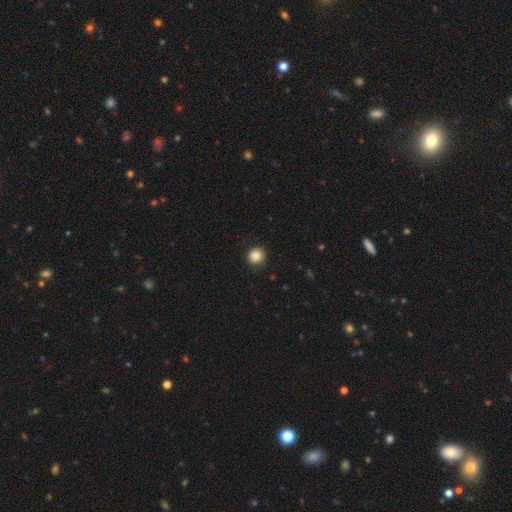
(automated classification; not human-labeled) smooth 85%, star or artifact 10%, featured or disk 4%. Down the decision tree: how rounded — round (91%); merging — none (84%).